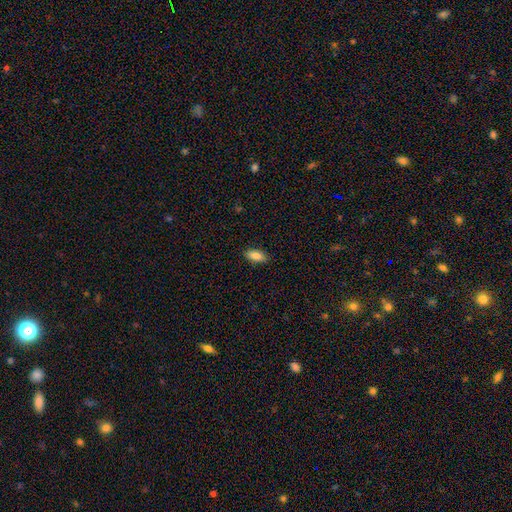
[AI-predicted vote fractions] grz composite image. It shows a smooth galaxy with no disk features (85%) that is in between round and cigar-shaped (87%). Merging: none (88%).